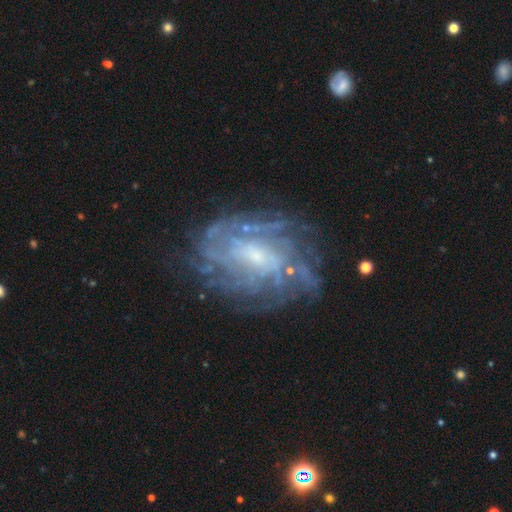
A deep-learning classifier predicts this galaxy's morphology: A featured or disk galaxy (84%) with no bar (53%), tight (61%) spiral arms (90%) and a small central bulge (58%). Merging: none (72%).